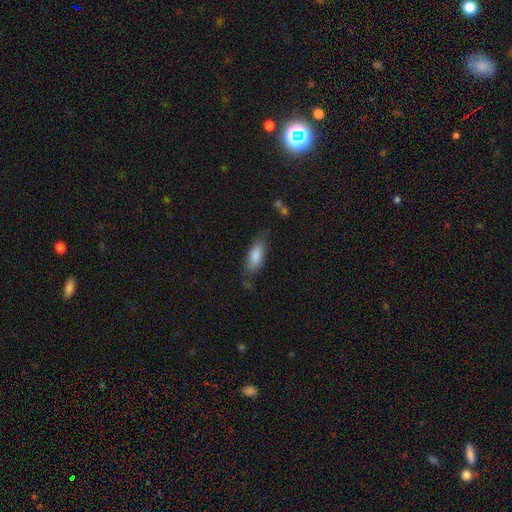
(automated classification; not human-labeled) A smooth galaxy with no disk features (83%) that is in between round and cigar-shaped (77%).

Vote fractions:
- Smooth or featured? smooth: 83% / featured or disk: 11% / star or artifact: 6%
- How rounded? in between: 77% / cigar-shaped: 21% / round: 2%
- Merging? none: 68% / minor disturbance: 22% / major disturbance: 6% / merger: 3%